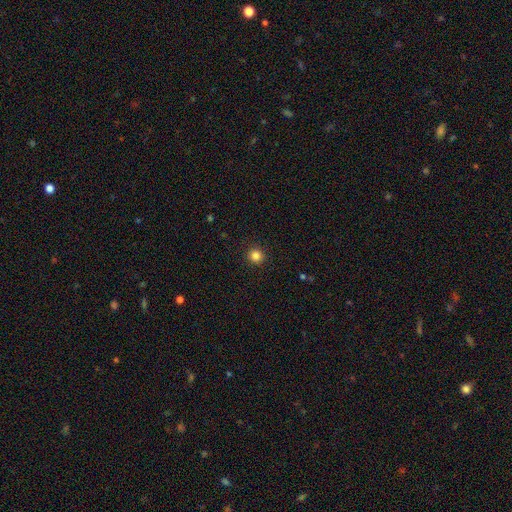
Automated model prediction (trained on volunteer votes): The model was most divided on "smooth or featured": smooth: 84%, star or artifact: 12%, featured or disk: 4%. More confident: how rounded — round (94%); merging — none (93%).